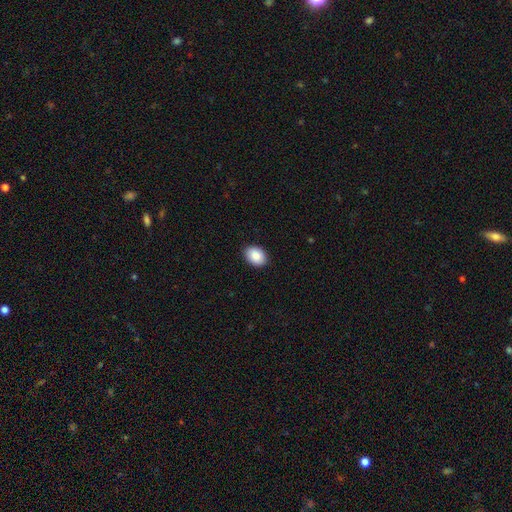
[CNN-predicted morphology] Smooth or featured: smooth — 87% (star or artifact — 7%)
How rounded: in between — 76% (round — 23%)
Merging: none — 90% (minor disturbance — 8%)